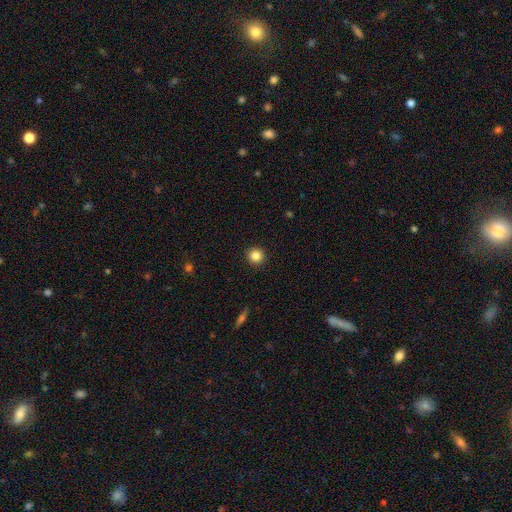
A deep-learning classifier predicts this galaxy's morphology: Smooth or featured: smooth — 85% (star or artifact — 11%)
How rounded: round — 95% (in between — 4%)
Merging: none — 92% (minor disturbance — 5%)